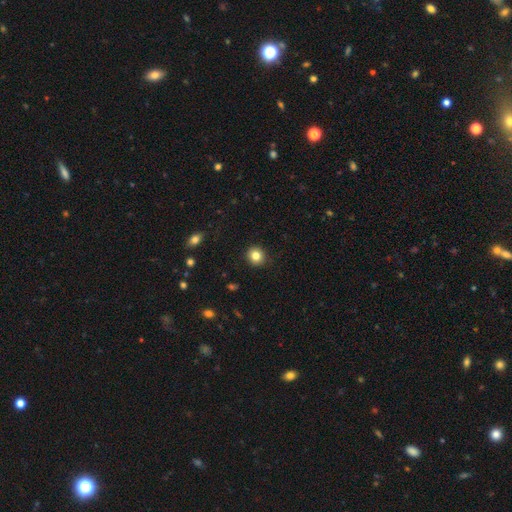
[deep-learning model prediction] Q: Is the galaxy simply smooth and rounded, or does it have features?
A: smooth — 83%.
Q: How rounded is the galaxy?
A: round — 90%.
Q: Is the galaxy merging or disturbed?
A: none — 91%.